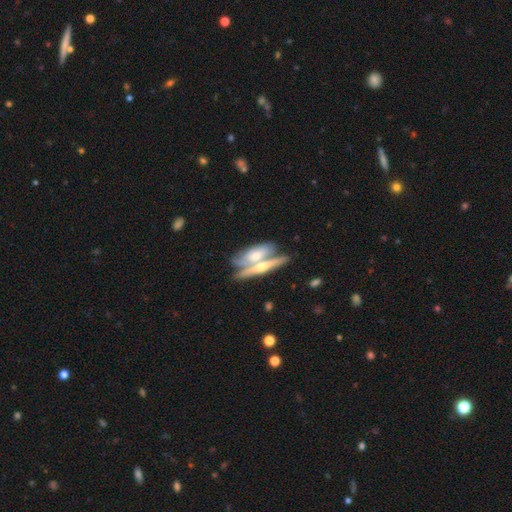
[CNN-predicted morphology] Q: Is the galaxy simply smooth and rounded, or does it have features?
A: featured or disk — 54%.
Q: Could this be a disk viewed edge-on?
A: yes — 68%.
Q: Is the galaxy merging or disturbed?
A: merger — 49%.